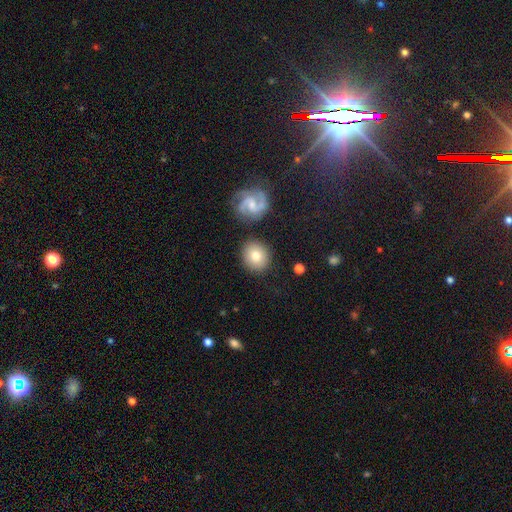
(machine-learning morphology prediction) Overall: smooth (73%). How rounded: round (83%). Merging: none (83%).